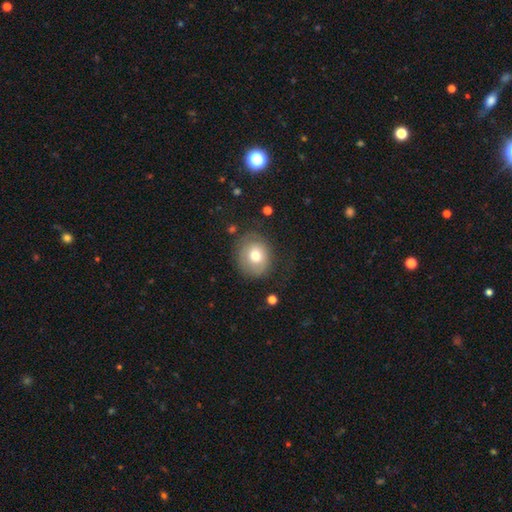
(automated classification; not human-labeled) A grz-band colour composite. It shows a smooth galaxy with no disk features (70%) that is round (69%). Merging: none (65%).